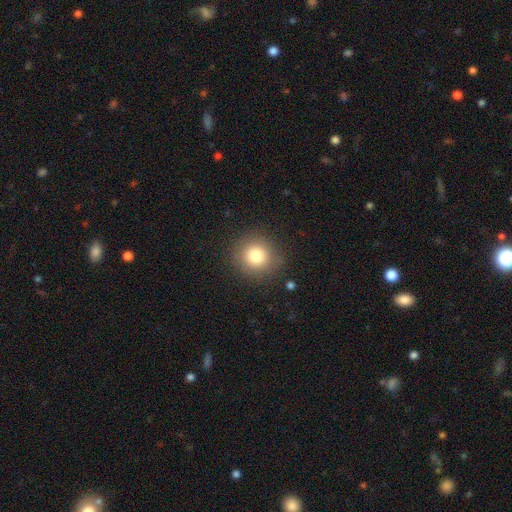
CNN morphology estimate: Smooth or featured: smooth — 79% (star or artifact — 12%)
How rounded: round — 92% (in between — 7%)
Merging: none — 87% (minor disturbance — 8%)